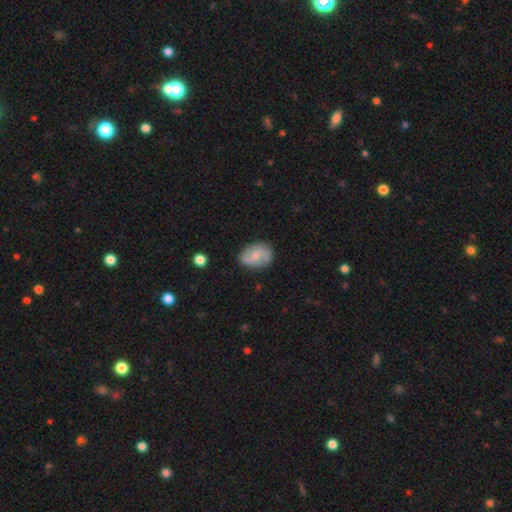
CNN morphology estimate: This is possibly a featured or disk galaxy (55%). It is clearly not viewed edge-on (97%). Bar: possibly no (48%). Spiral arm pattern: clearly yes (88%). Central bulge: possibly small (46%). Merging: likely none (72%).